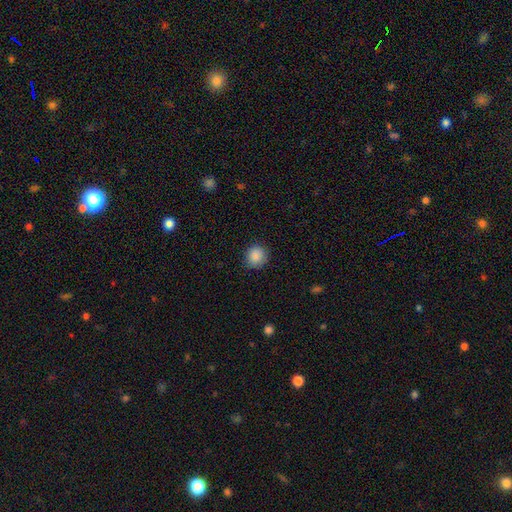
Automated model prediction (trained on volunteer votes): smooth 88%, star or artifact 9%, featured or disk 3%. Down the decision tree: how rounded — round (85%); merging — none (84%).